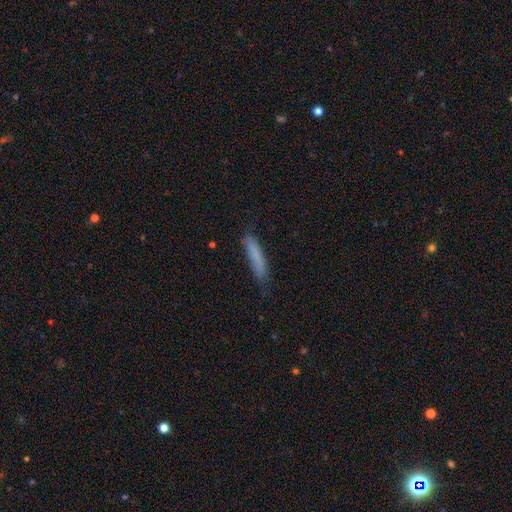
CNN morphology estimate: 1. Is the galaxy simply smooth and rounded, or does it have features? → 77% smooth, 16% featured or disk, 7% star or artifact.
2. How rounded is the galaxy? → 88% cigar-shaped, 10% in between, 1% round.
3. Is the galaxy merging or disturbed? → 69% none, 23% minor disturbance, 6% major disturbance, 2% merger.